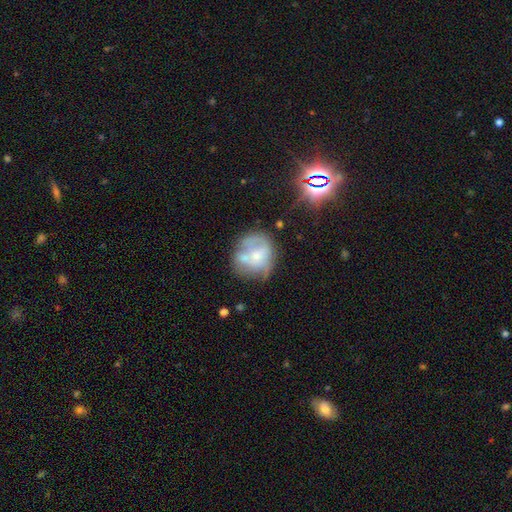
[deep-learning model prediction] Q: Smooth or featured?
A: featured or disk (47%); runner-up: smooth (44%)
Q: Merging?
A: none (37%); runner-up: merger (25%)